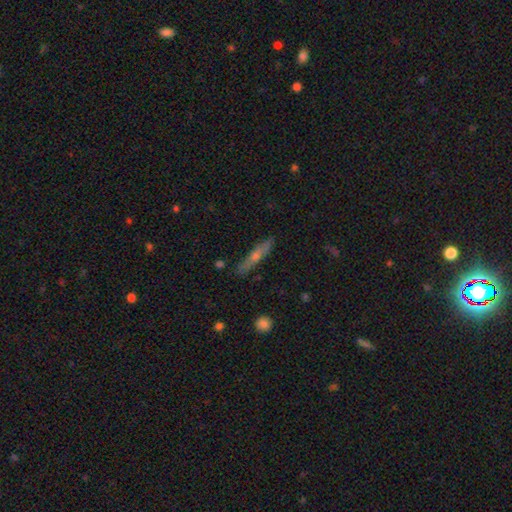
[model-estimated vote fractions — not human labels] Smooth or featured?
  - featured or disk: 51% *
  - smooth: 42%
  - star or artifact: 7%
Edge-on disk?
  - yes: 91% *
  - no: 9%
Merging?
  - none: 86% *
  - minor disturbance: 10%
  - major disturbance: 2%
  - merger: 2%